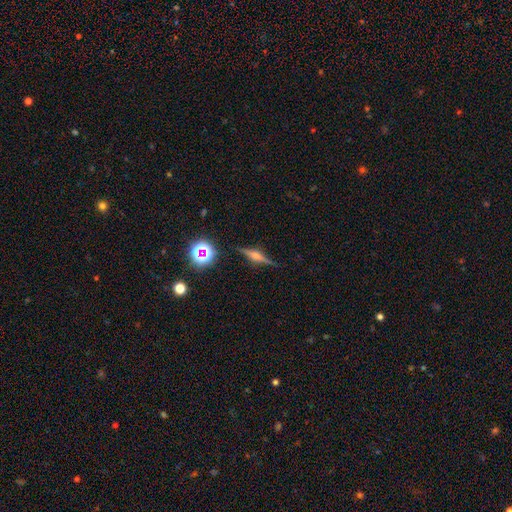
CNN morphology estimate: The model was most divided on "smooth or featured": featured or disk: 75%, smooth: 14%, star or artifact: 12%. More confident: edge-on disk — yes (97%); merging — none (87%); edge-on bulge — rounded (82%).